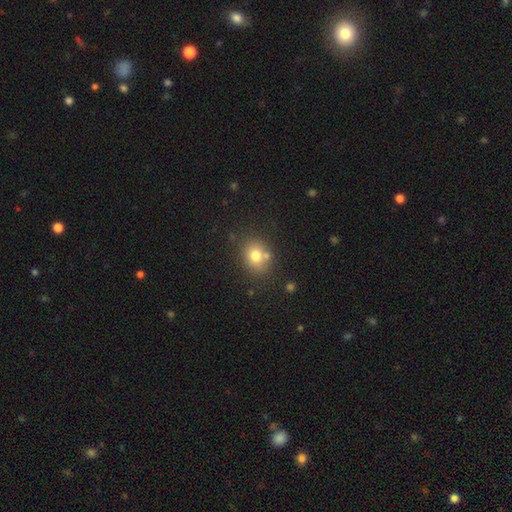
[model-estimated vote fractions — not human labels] A smooth galaxy with no disk features (76%) that is round (60%).

Vote fractions:
- Smooth or featured? smooth: 76% / featured or disk: 12% / star or artifact: 12%
- How rounded? round: 60% / in between: 39% / cigar-shaped: 1%
- Merging? none: 70% / merger: 13% / minor disturbance: 13% / major disturbance: 4%